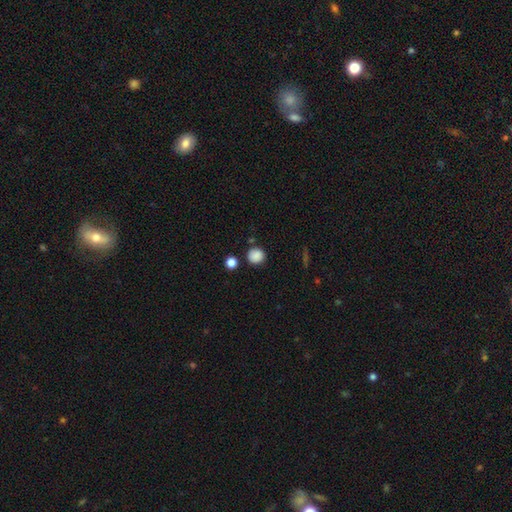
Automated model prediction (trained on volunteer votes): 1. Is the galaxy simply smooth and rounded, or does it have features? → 86% smooth, 10% star or artifact, 4% featured or disk.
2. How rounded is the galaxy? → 88% round, 11% in between, 1% cigar-shaped.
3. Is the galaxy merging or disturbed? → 80% none, 11% minor disturbance, 6% merger, 3% major disturbance.